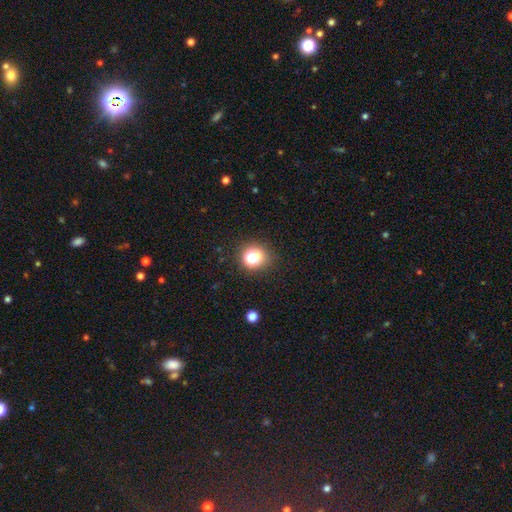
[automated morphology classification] Smooth or featured: smooth — 69% (star or artifact — 23%)
How rounded: round — 80% (in between — 18%)
Merging: none — 77% (minor disturbance — 11%)